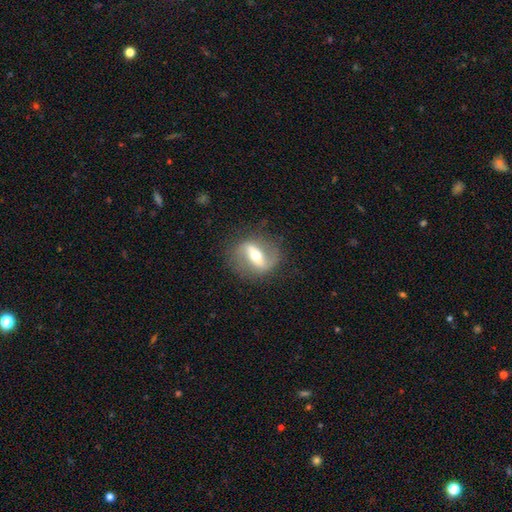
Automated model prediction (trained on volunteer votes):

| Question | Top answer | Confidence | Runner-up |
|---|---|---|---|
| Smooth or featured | featured or disk | 76% | smooth (17%) |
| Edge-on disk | no | 87% | yes (13%) |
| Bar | strong | 63% | weak (24%) |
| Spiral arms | yes | 74% | no (26%) |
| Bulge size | moderate | 66% | small (24%) |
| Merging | none | 78% | minor disturbance (13%) |